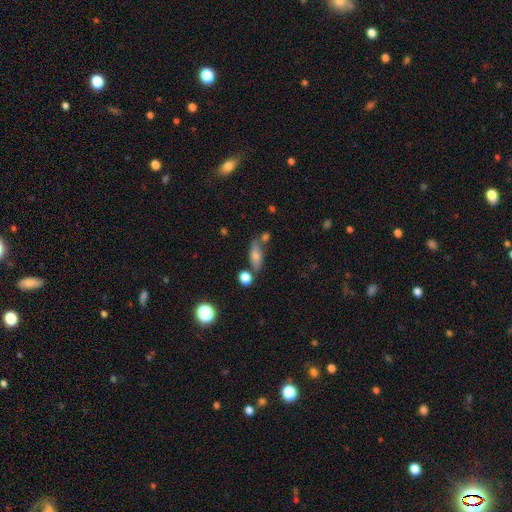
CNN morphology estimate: This is likely a smooth galaxy (68%). How rounded: likely in between (68%). Merging: likely none (65%).